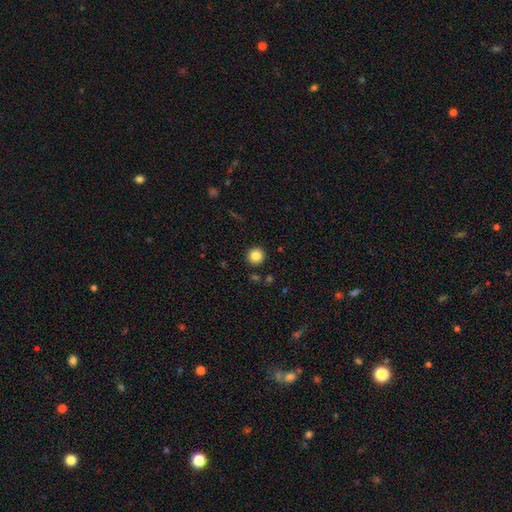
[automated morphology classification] A smooth galaxy with no disk features (84%) that is round (96%). Merging: none (92%).